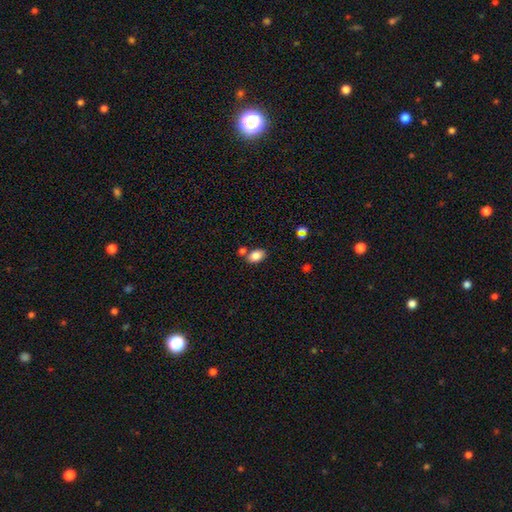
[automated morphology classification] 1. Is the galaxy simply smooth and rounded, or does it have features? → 86% smooth, 9% star or artifact, 5% featured or disk.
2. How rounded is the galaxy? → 88% in between, 11% round, 1% cigar-shaped.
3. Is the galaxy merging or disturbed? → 66% none, 18% merger, 12% minor disturbance, 3% major disturbance.